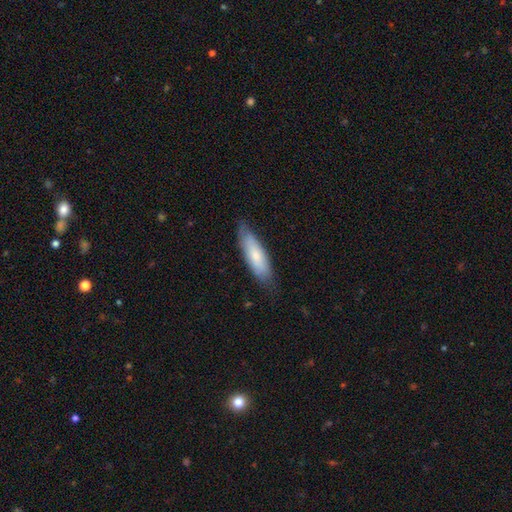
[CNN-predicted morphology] smooth 70%, featured or disk 24%, star or artifact 5%. Down the decision tree: how rounded — cigar-shaped (53%); merging — none (76%).